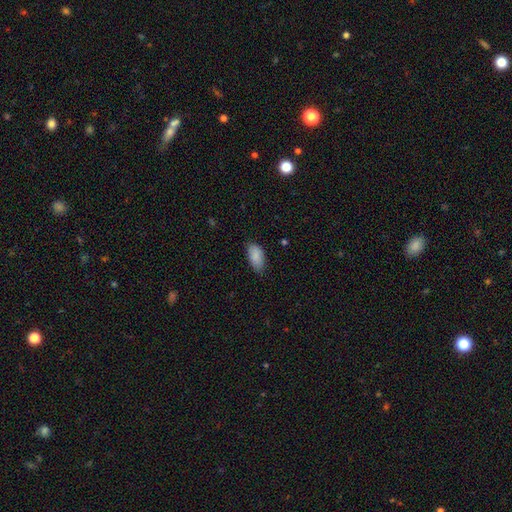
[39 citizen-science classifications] smooth 97%, star or artifact 3%, featured or disk 0%. Down the decision tree: how rounded — in between (97%); merging — none (63%).